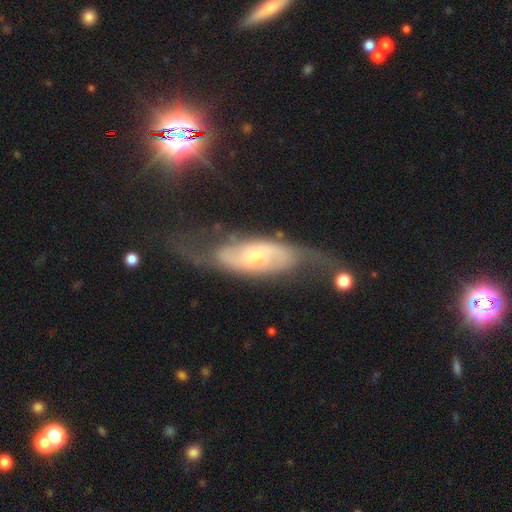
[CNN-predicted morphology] type=featured or disk (72%); edge-on=no (86%); bar=no (56%); spiral arms=yes (85%); winding=medium (38%); arm count=2 (76%); bulge=small (57%); merging=none (54%).